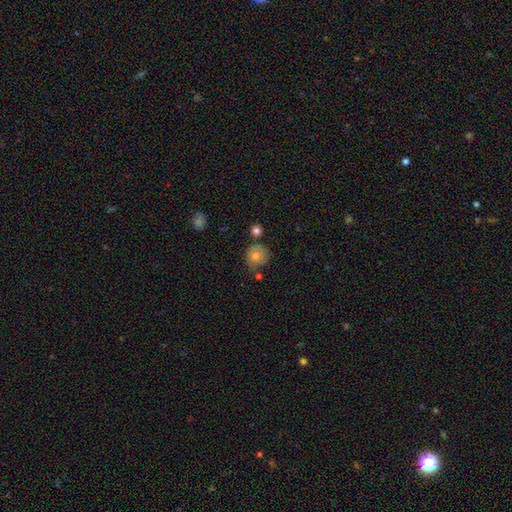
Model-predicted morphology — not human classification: Smooth or featured?
  - smooth: 70% *
  - featured or disk: 17%
  - star or artifact: 13%
How rounded?
  - round: 90% *
  - in between: 9%
  - cigar-shaped: 1%
Merging?
  - none: 70% *
  - minor disturbance: 17%
  - merger: 9%
  - major disturbance: 4%